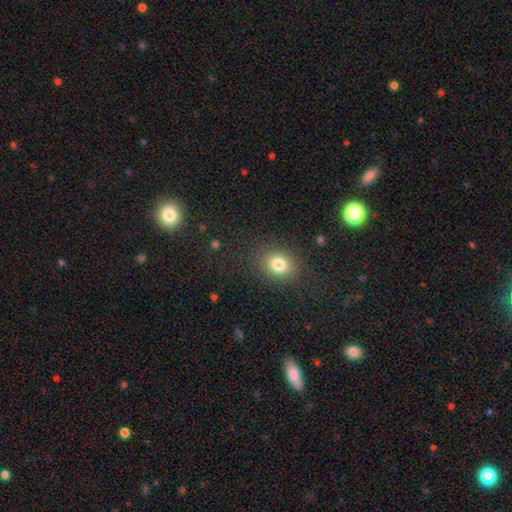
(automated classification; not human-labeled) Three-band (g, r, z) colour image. It shows a smooth galaxy with no disk features (64%) that is round (72%). Merging: none (83%).